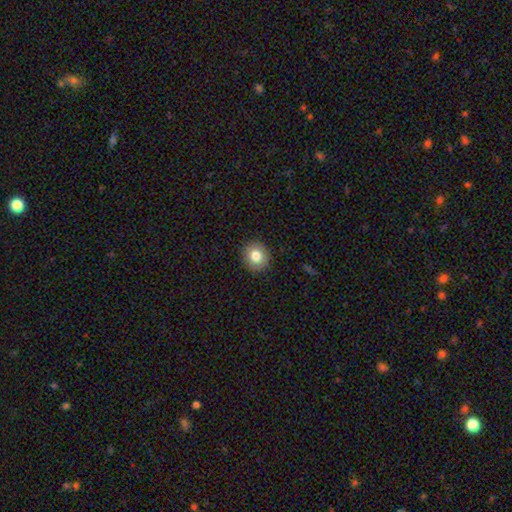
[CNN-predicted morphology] Q: Smooth or featured?
A: smooth (81%); runner-up: featured or disk (10%)
Q: How rounded?
A: round (84%); runner-up: in between (16%)
Q: Merging?
A: none (91%); runner-up: minor disturbance (6%)